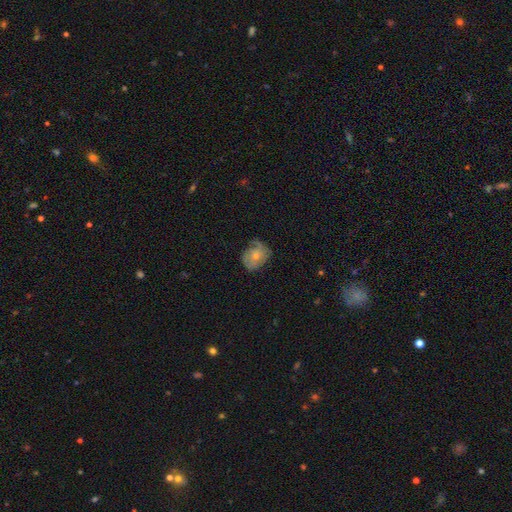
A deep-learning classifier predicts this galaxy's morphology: This is possibly a smooth galaxy (48%). Merging: possibly none (52%).